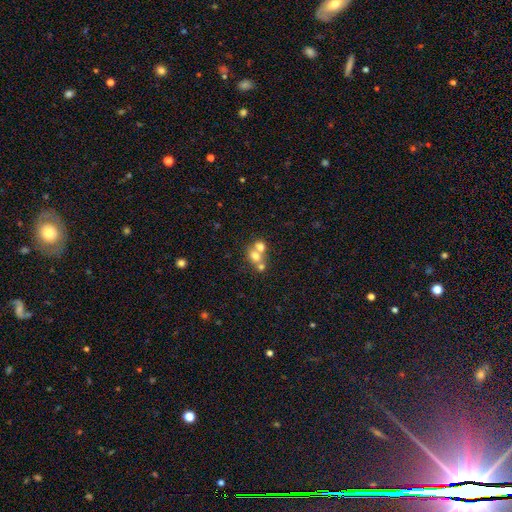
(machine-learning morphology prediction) Smooth or featured?
  - smooth: 64% *
  - featured or disk: 23%
  - star or artifact: 13%
How rounded?
  - round: 56% *
  - in between: 42%
  - cigar-shaped: 1%
Merging?
  - merger: 64% *
  - none: 26%
  - minor disturbance: 6%
  - major disturbance: 4%